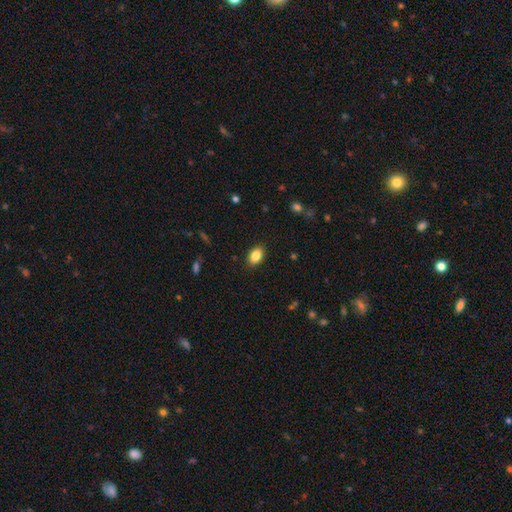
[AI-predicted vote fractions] Overall: smooth (86%). How rounded: in between (88%). Merging: none (89%).